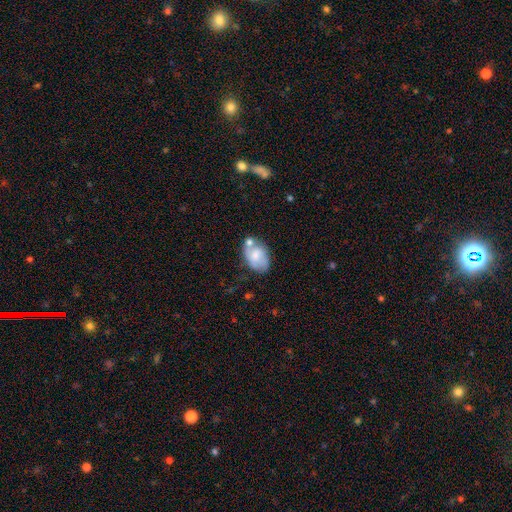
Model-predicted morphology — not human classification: Overall: smooth (53%; featured or disk 39%). How rounded: in between (86%). Merging: none (44%; minor disturbance 24%).